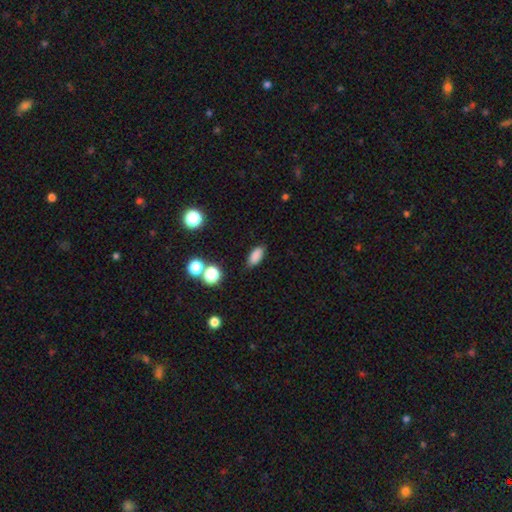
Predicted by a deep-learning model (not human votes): Smooth or featured: smooth — 84% (star or artifact — 11%)
How rounded: in between — 85% (cigar-shaped — 9%)
Merging: none — 83% (minor disturbance — 12%)